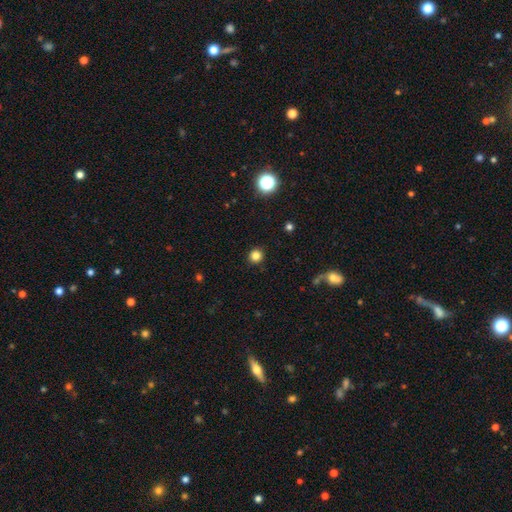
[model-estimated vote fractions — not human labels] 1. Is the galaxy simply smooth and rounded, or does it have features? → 82% smooth, 13% star or artifact, 4% featured or disk.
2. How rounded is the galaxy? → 94% round, 6% in between, 1% cigar-shaped.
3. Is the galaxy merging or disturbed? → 92% none, 5% minor disturbance, 2% major disturbance, 1% merger.